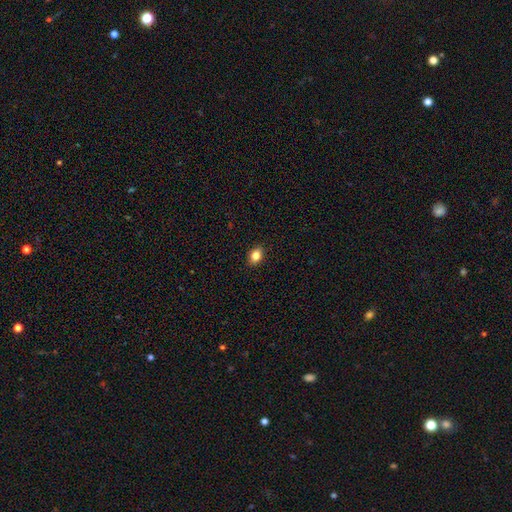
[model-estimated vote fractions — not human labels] Smooth or featured?
  - smooth: 83% *
  - star or artifact: 10%
  - featured or disk: 6%
How rounded?
  - in between: 67% *
  - round: 32%
  - cigar-shaped: 1%
Merging?
  - none: 90% *
  - minor disturbance: 7%
  - major disturbance: 2%
  - merger: 1%